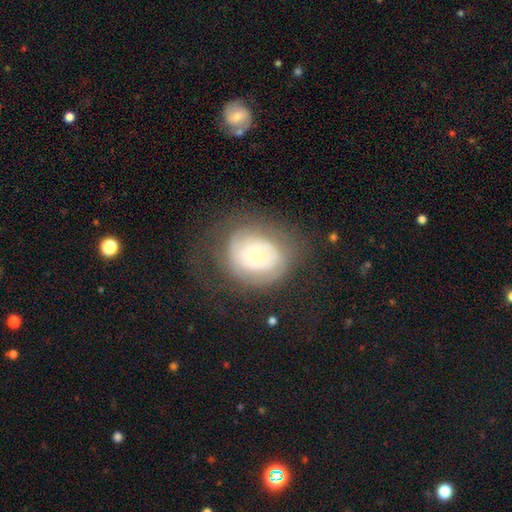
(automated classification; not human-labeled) Smooth or featured: featured or disk — 56% (smooth — 36%)
Edge-on disk: no — 96% (yes — 4%)
Bar: no — 85% (weak — 12%)
Spiral arms: yes — 57% (no — 43%)
Bulge size: small — 55% (moderate — 37%)
Merging: none — 60% (minor disturbance — 21%)